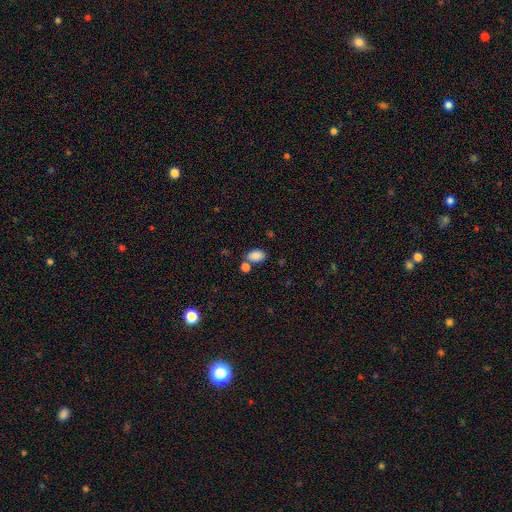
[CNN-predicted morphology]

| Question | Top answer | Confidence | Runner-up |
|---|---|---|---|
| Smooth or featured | smooth | 86% | star or artifact (9%) |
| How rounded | in between | 90% | round (9%) |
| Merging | none | 62% | merger (22%) |